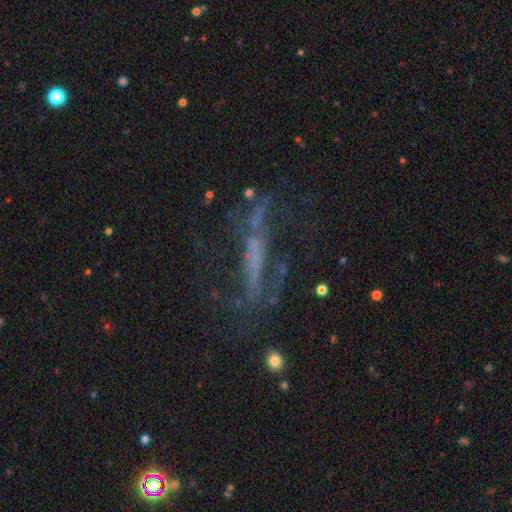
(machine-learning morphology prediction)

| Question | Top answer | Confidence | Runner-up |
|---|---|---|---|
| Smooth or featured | featured or disk | 65% | star or artifact (20%) |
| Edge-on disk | no | 64% | yes (36%) |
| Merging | none | 52% | major disturbance (26%) |